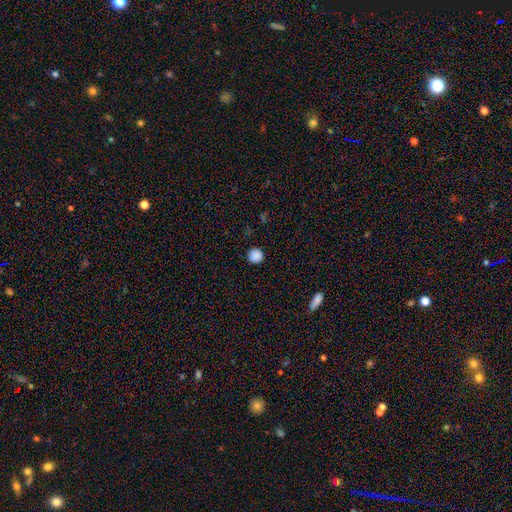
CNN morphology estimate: This appears to be a smooth galaxy with no disk features (87%) that is round (94%). Merging: none (90%).